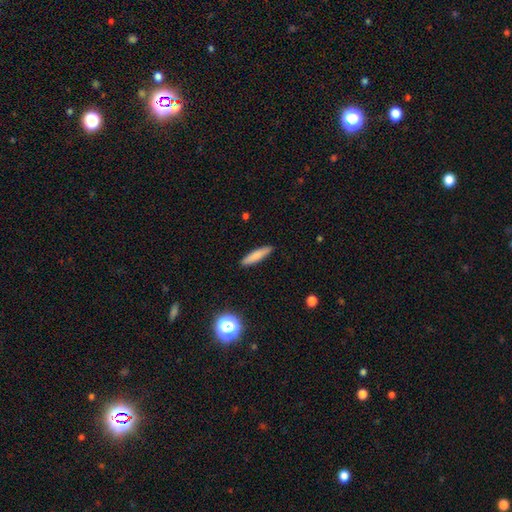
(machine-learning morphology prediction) A smooth galaxy with no disk features (80%) that is cigar-shaped (84%). Merging: none (88%).